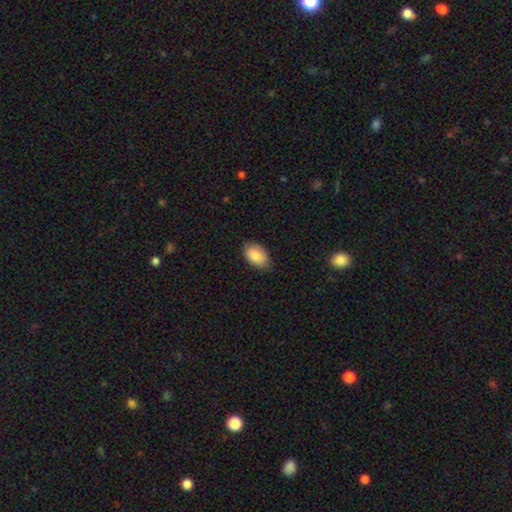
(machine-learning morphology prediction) This is clearly a smooth galaxy (86%). How rounded: clearly in between (93%). Merging: likely none (78%).